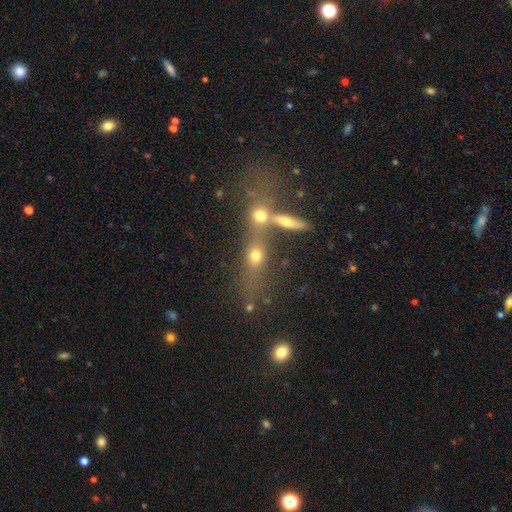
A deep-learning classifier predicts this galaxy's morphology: type=smooth (66%); roundness=round (45%); merging=merger (46%).